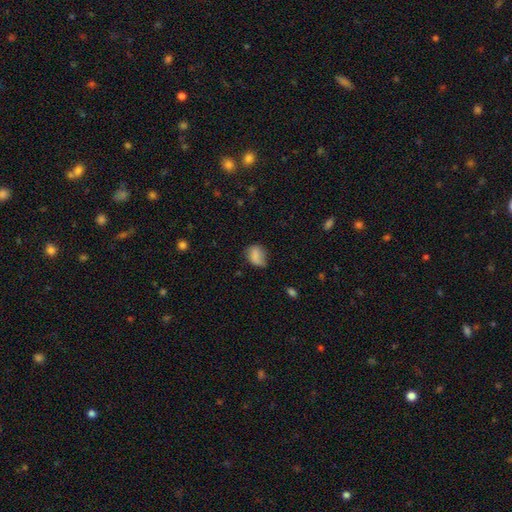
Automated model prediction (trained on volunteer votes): Smooth or featured? smooth (78%)
How rounded? in between (63%)
Merging? none (52%)